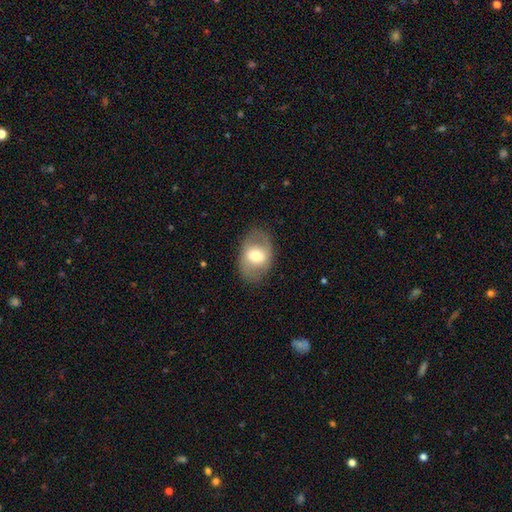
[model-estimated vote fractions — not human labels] Smooth or featured: smooth — 55% (featured or disk — 38%)
How rounded: in between — 79% (round — 19%)
Merging: none — 80% (minor disturbance — 13%)